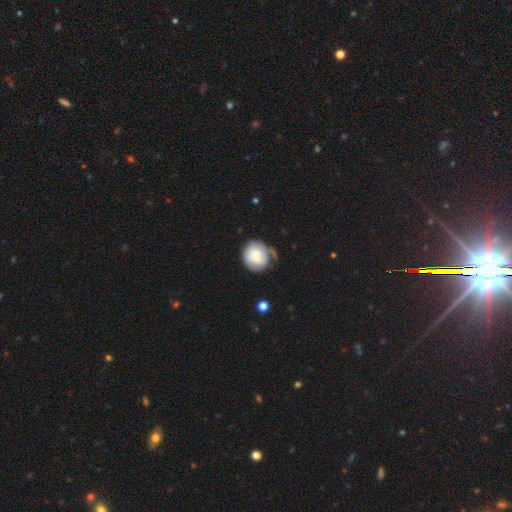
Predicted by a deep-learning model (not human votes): Smooth or featured: smooth — 56% (featured or disk — 37%)
How rounded: round — 81% (in between — 18%)
Merging: none — 53% (minor disturbance — 28%)